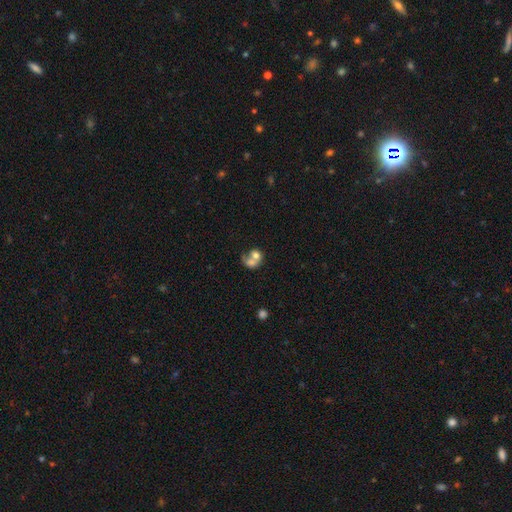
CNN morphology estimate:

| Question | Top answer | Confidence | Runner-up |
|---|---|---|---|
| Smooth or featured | smooth | 61% | featured or disk (30%) |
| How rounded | round | 55% | in between (44%) |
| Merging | merger | 71% | none (15%) |